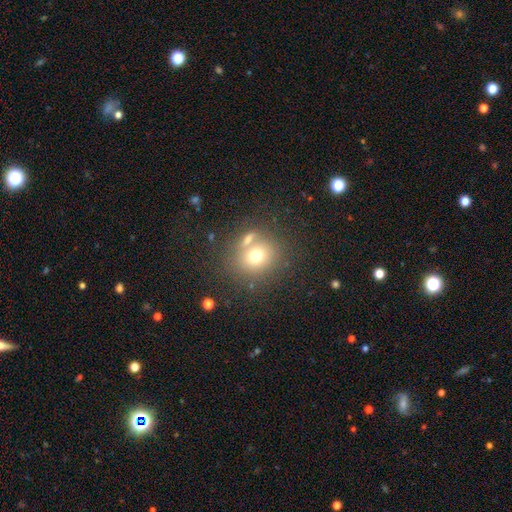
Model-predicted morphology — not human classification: Q: Smooth or featured?
A: smooth (70%); runner-up: featured or disk (16%)
Q: How rounded?
A: round (77%); runner-up: in between (21%)
Q: Merging?
A: none (60%); runner-up: merger (23%)